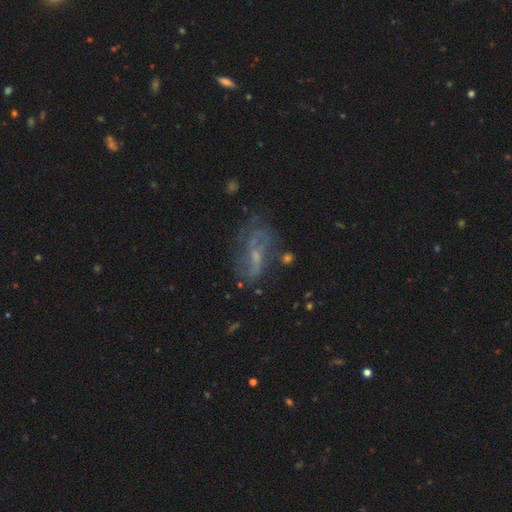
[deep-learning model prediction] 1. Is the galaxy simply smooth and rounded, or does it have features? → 65% featured or disk, 20% smooth, 14% star or artifact.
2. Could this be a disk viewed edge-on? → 90% no, 10% yes.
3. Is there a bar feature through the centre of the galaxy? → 43% weak, 42% no, 14% strong.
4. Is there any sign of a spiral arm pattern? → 75% yes, 25% no.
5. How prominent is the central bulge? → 63% small, 24% moderate, 11% none, 2% large, 1% dominant.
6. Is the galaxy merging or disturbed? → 59% none, 20% minor disturbance, 16% major disturbance, 5% merger.